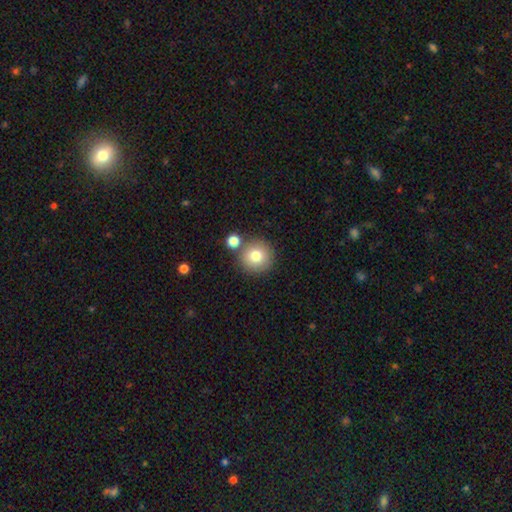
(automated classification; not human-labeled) Smooth or featured: smooth — 78% (featured or disk — 11%)
How rounded: round — 94% (in between — 5%)
Merging: none — 76% (merger — 13%)